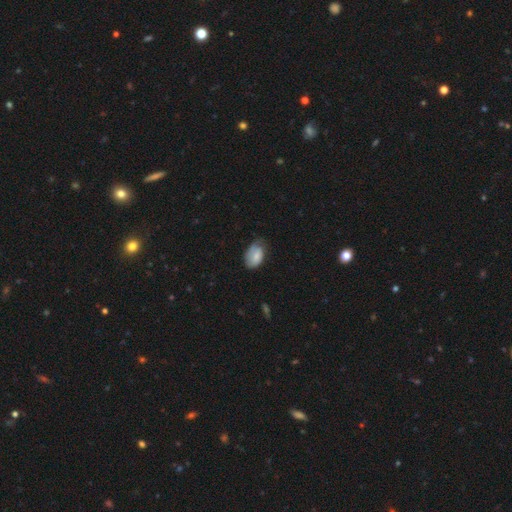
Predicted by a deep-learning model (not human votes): A smooth galaxy with no disk features (71%) that is in between round and cigar-shaped (90%). Merging: none (47%).